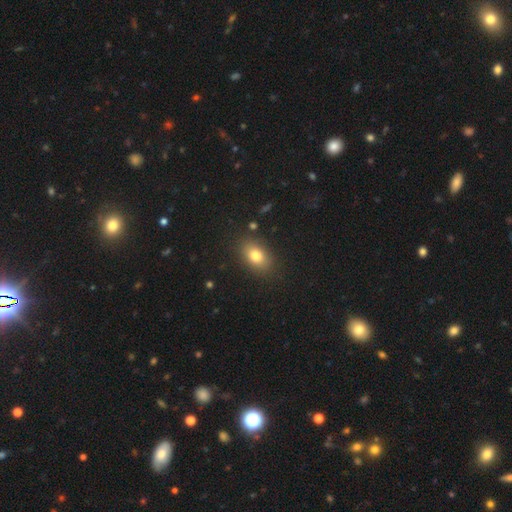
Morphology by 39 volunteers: Smooth or featured? smooth (82%)
How rounded? in between (88%)
Merging? none (89%)